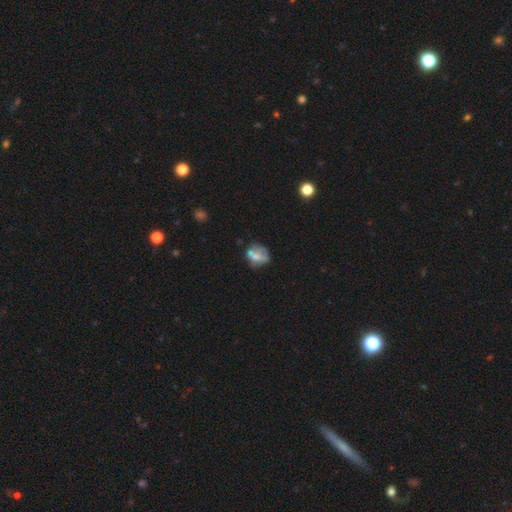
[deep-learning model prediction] A smooth galaxy with no disk features (48%).

Vote fractions:
- Smooth or featured? smooth: 48% / featured or disk: 41% / star or artifact: 11%
- Merging? none: 39% / minor disturbance: 24% / major disturbance: 18% / merger: 18%